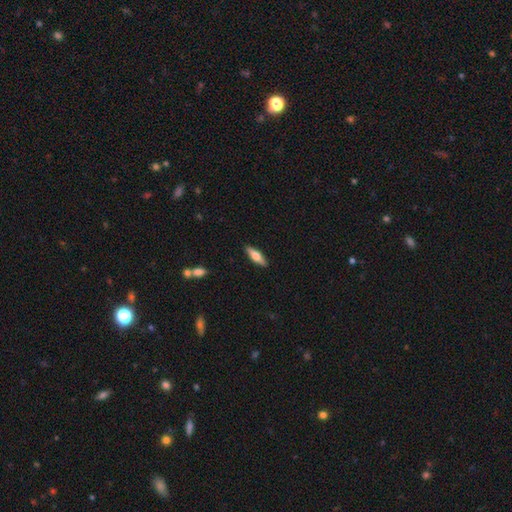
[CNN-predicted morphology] This appears to be a smooth galaxy with no disk features (59%) that is cigar-shaped (54%). Merging: none (89%).